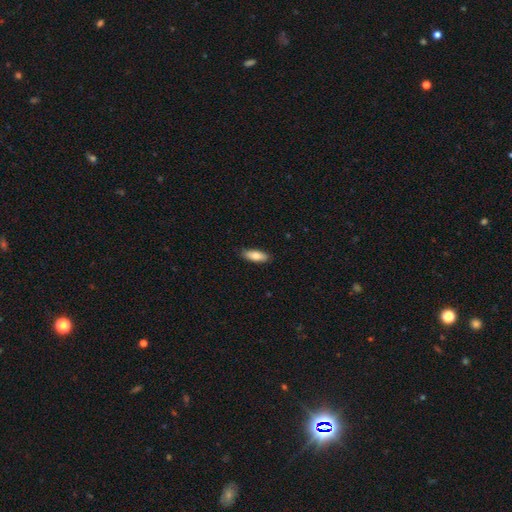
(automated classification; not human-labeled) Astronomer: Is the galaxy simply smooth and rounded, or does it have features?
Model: smooth — 79%.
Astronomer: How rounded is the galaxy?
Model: in between — 68%.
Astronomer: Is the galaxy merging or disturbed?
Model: none — 87%.